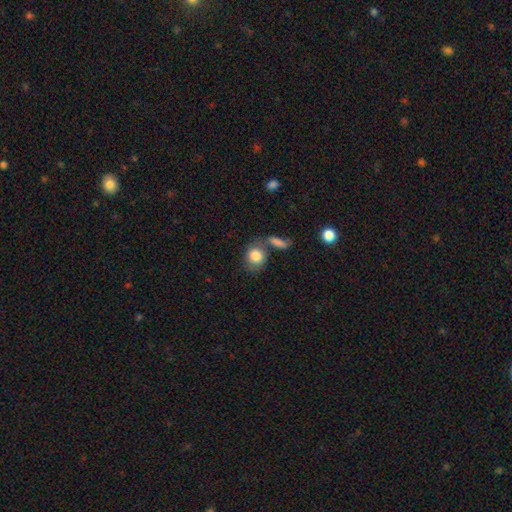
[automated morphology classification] A smooth galaxy with no disk features (84%) that is round (59%). Merging: none (49%).